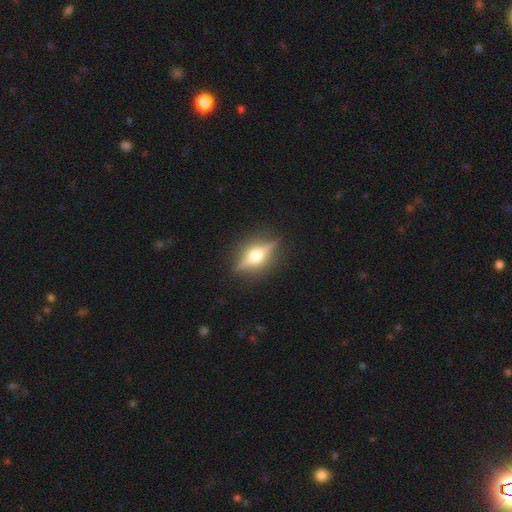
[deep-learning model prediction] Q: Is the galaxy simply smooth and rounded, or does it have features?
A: featured or disk — 75%.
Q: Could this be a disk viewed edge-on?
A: yes — 94%.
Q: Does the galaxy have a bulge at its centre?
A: rounded — 96%.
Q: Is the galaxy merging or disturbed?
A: none — 87%.